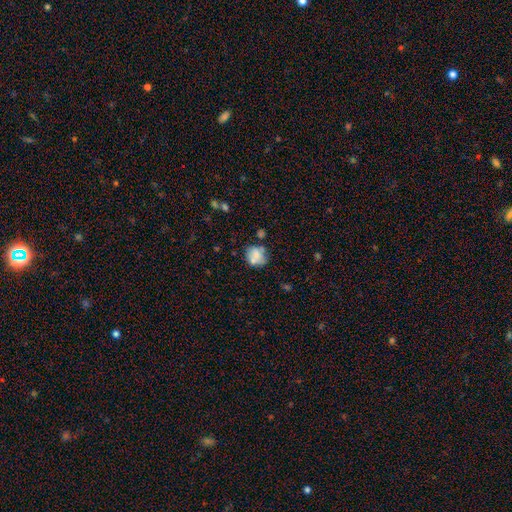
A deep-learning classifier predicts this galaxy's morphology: Smooth or featured? Predicted: smooth (p=0.65). How rounded? Predicted: round (p=0.69). Merging? Predicted: none (p=0.51).